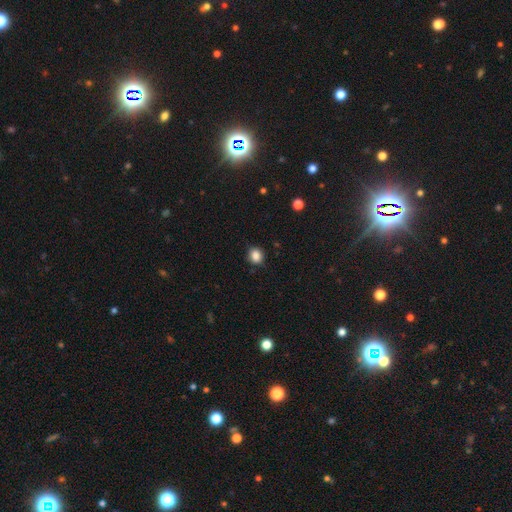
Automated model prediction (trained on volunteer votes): This is clearly a smooth galaxy (86%). How rounded: likely round (77%). Merging: clearly none (85%).